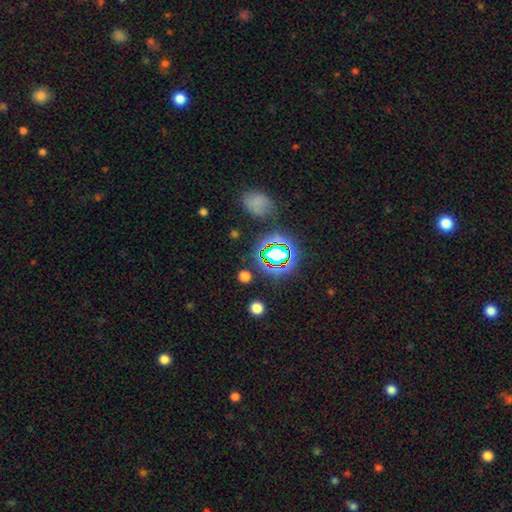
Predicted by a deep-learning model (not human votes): This is likely a star or artifact rather than a galaxy (72%).